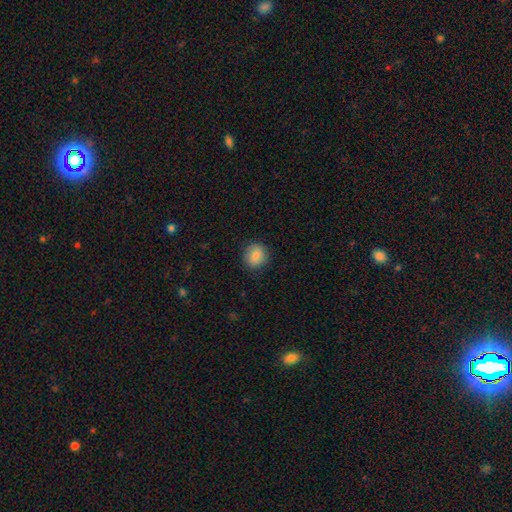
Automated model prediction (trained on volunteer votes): This appears to be a smooth galaxy with no disk features (85%) that is round (84%). Merging: none (89%).